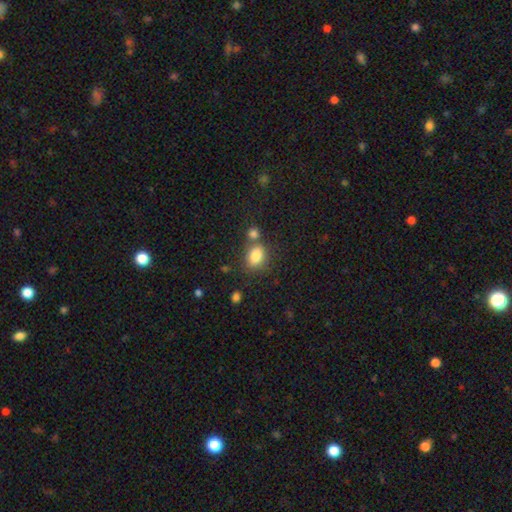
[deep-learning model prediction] Q: Smooth or featured?
A: smooth (83%); runner-up: star or artifact (10%)
Q: How rounded?
A: in between (73%); runner-up: round (26%)
Q: Merging?
A: none (58%); runner-up: merger (25%)